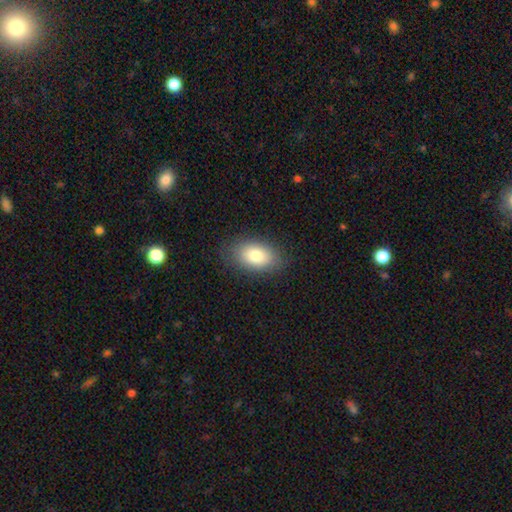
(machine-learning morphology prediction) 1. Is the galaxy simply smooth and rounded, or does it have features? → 81% smooth, 11% featured or disk, 8% star or artifact.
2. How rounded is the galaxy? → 90% in between, 9% round, 1% cigar-shaped.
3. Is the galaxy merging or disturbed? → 84% none, 12% minor disturbance, 3% major disturbance, 1% merger.